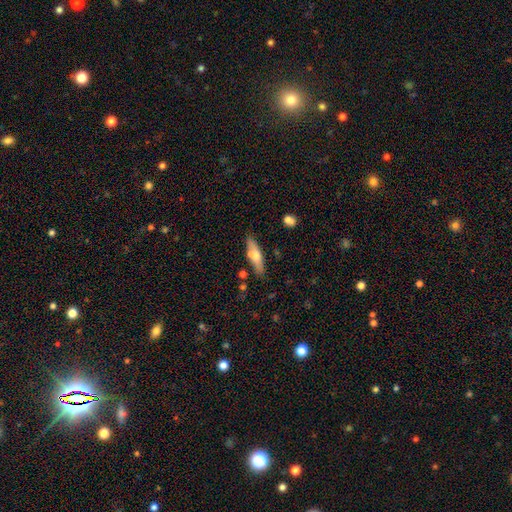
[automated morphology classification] Smooth or featured? Predicted: smooth (p=0.58). How rounded? Predicted: cigar-shaped (p=0.63). Merging? Predicted: none (p=0.75).